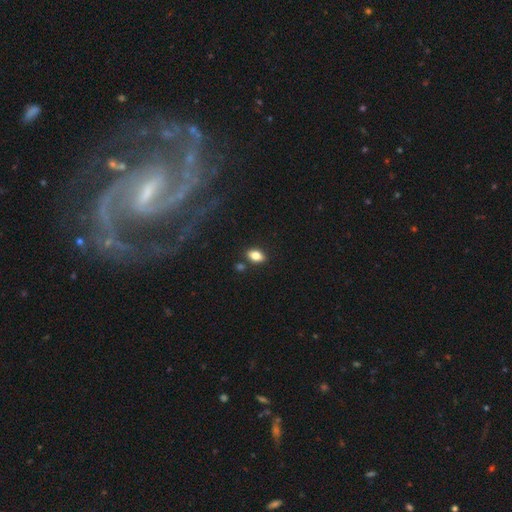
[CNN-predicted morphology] Smooth or featured? Predicted: smooth (p=0.79). How rounded? Predicted: in between (p=0.88). Merging? Predicted: none (p=0.83).